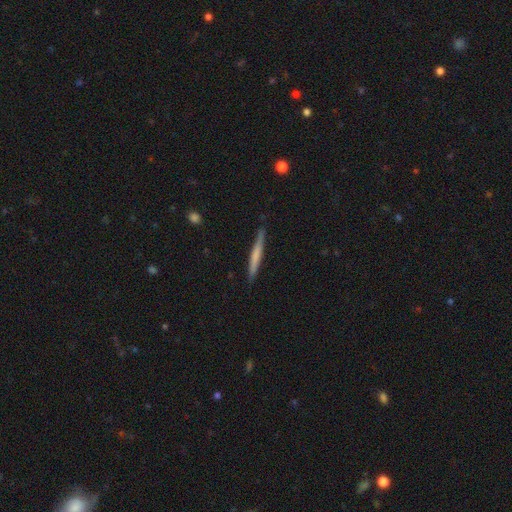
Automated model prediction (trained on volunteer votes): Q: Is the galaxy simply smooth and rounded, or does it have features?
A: smooth — 56%.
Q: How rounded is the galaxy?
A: cigar-shaped — 97%.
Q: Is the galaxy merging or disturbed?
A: none — 89%.